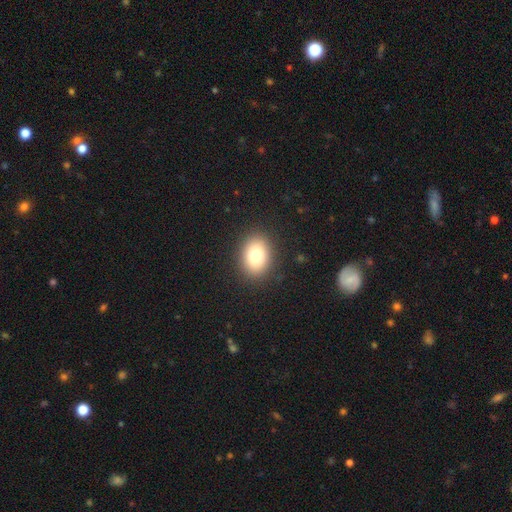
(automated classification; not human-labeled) smooth_or_featured: smooth (p=0.79) [alt: featured or disk p=0.11]
how_rounded: in between (p=0.64) [alt: round p=0.35]
merging: none (p=0.89) [alt: minor disturbance p=0.08]